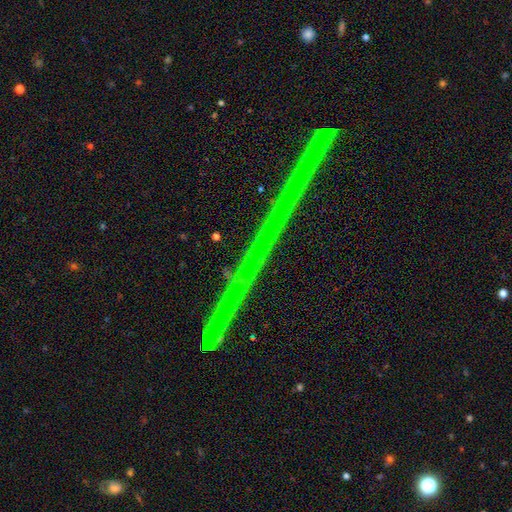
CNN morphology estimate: Smooth or featured?
  - star or artifact: 68% *
  - featured or disk: 23%
  - smooth: 9%